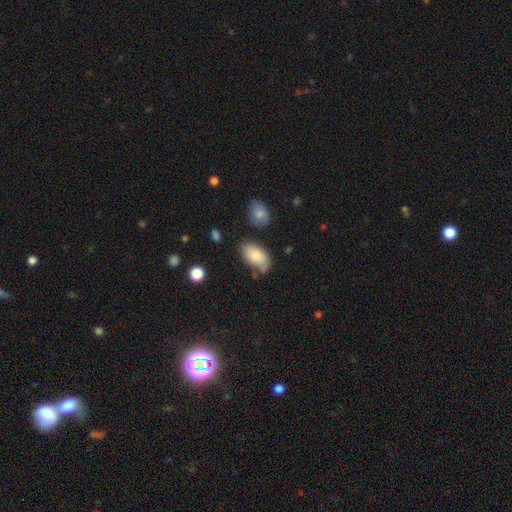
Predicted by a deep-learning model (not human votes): This appears to be a smooth galaxy with no disk features (81%) that is in between round and cigar-shaped (94%). Merging: none (63%).